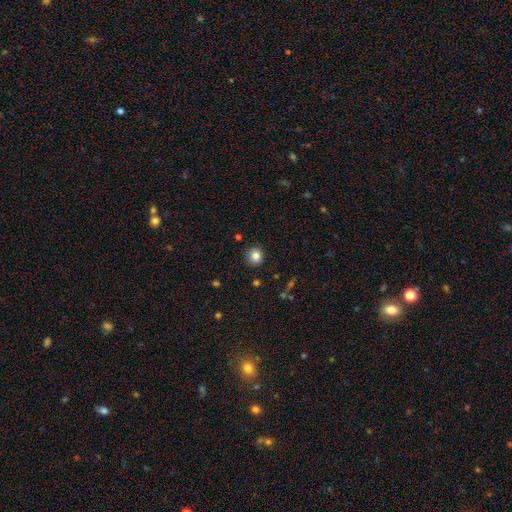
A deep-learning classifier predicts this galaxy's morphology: smooth-or-featured: smooth: 84% | star or artifact: 10% | featured or disk: 5%
  how-rounded: round: 87% | in between: 12% | cigar-shaped: 1%
  merging: none: 89% | minor disturbance: 7% | major disturbance: 2% | merger: 1%